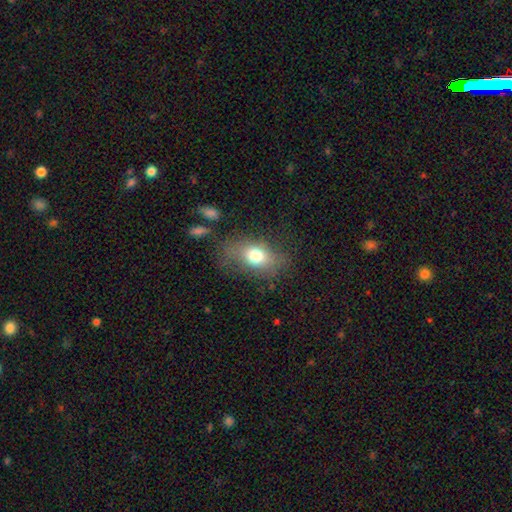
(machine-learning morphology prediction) Smooth or featured?
  - smooth: 72% *
  - featured or disk: 17%
  - star or artifact: 11%
How rounded?
  - in between: 74% *
  - round: 23%
  - cigar-shaped: 3%
Merging?
  - none: 60% *
  - minor disturbance: 22%
  - major disturbance: 15%
  - merger: 3%